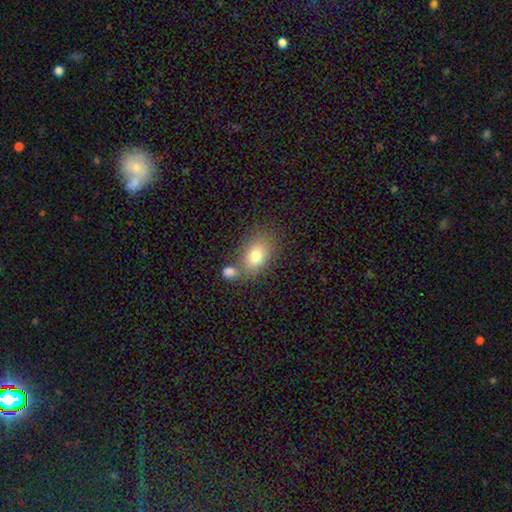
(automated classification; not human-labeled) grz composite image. It shows a smooth galaxy with no disk features (77%) that is in between round and cigar-shaped (80%). Merging: none (57%).